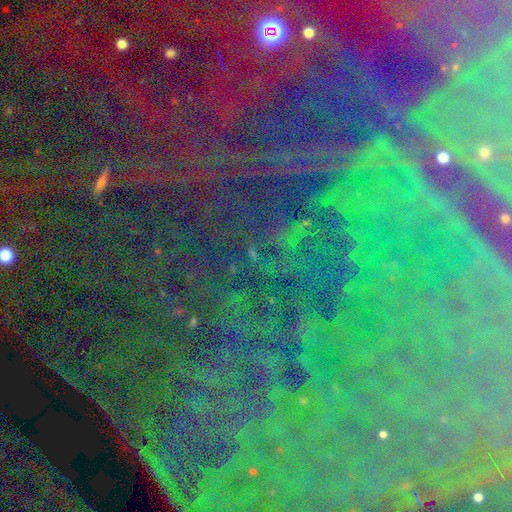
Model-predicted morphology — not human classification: smooth_or_featured: star or artifact (p=0.83) [alt: smooth p=0.08]